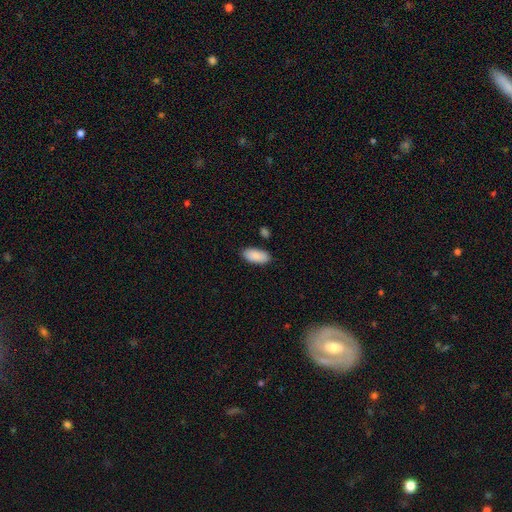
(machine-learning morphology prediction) Smooth or featured?
  - smooth: 90% *
  - star or artifact: 6%
  - featured or disk: 4%
How rounded?
  - in between: 92% *
  - cigar-shaped: 6%
  - round: 2%
Merging?
  - none: 85% *
  - minor disturbance: 10%
  - merger: 3%
  - major disturbance: 2%